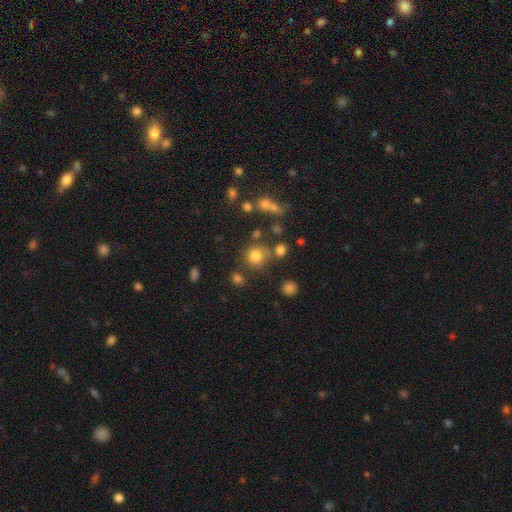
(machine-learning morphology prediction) type=smooth (77%); roundness=round (88%); merging=none (68%).